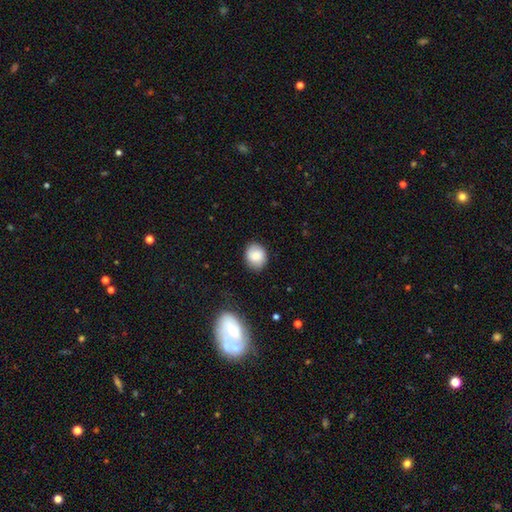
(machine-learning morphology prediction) type=smooth (83%); roundness=round (62%); merging=none (83%).